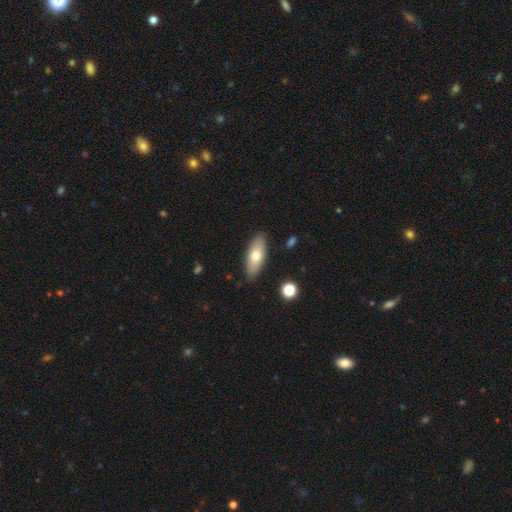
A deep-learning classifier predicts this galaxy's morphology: Smooth or featured?
  - smooth: 65% *
  - featured or disk: 29%
  - star or artifact: 7%
How rounded?
  - in between: 76% *
  - cigar-shaped: 21%
  - round: 3%
Merging?
  - none: 85% *
  - minor disturbance: 11%
  - major disturbance: 2%
  - merger: 2%